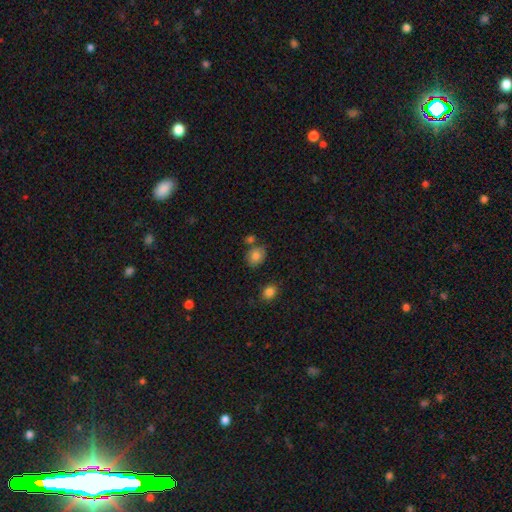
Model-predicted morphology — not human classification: smooth_or_featured: smooth (p=0.82) [alt: star or artifact p=0.09]
how_rounded: in between (p=0.54) [alt: round p=0.45]
merging: none (p=0.68) [alt: minor disturbance p=0.16]